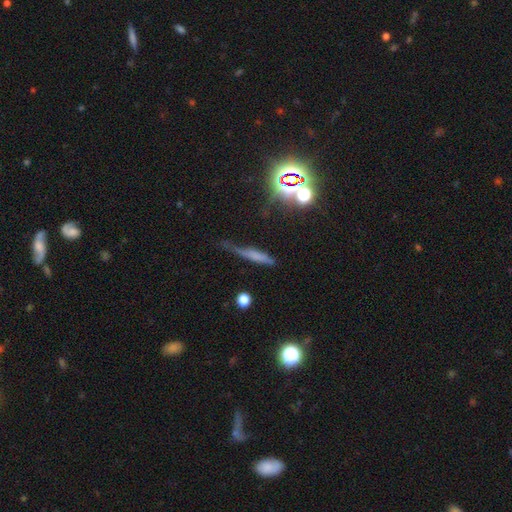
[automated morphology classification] Smooth or featured? Predicted: smooth (p=0.50). How rounded? Predicted: cigar-shaped (p=0.85). Merging? Predicted: none (p=0.49).